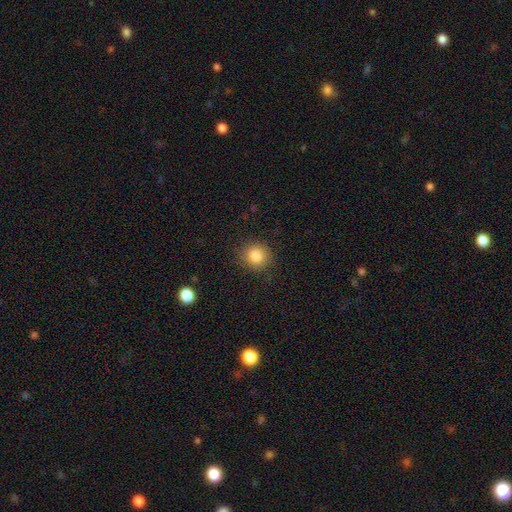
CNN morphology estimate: The model was most divided on "smooth or featured": smooth: 83%, star or artifact: 11%, featured or disk: 6%. More confident: how rounded — round (88%); merging — none (88%).